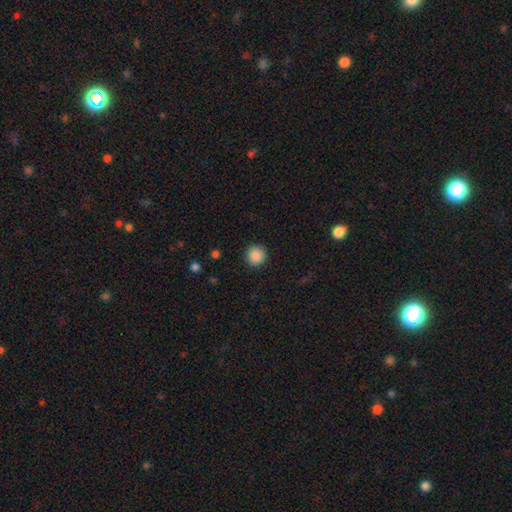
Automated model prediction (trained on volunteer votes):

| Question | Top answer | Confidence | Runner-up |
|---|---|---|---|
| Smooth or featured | smooth | 88% | star or artifact (9%) |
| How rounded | round | 94% | in between (5%) |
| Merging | none | 92% | minor disturbance (6%) |